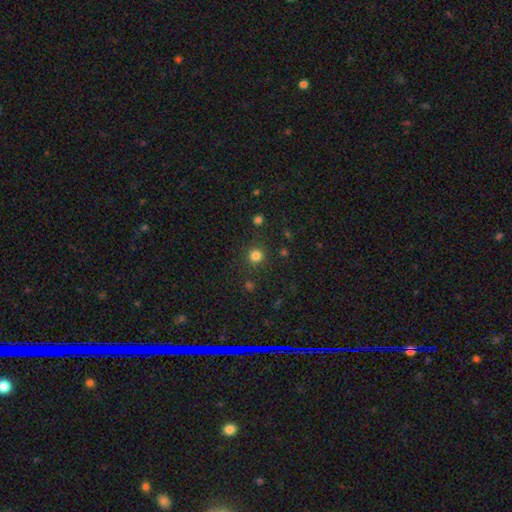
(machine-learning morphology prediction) A smooth galaxy with no disk features (81%) that is round (93%). Merging: none (89%).